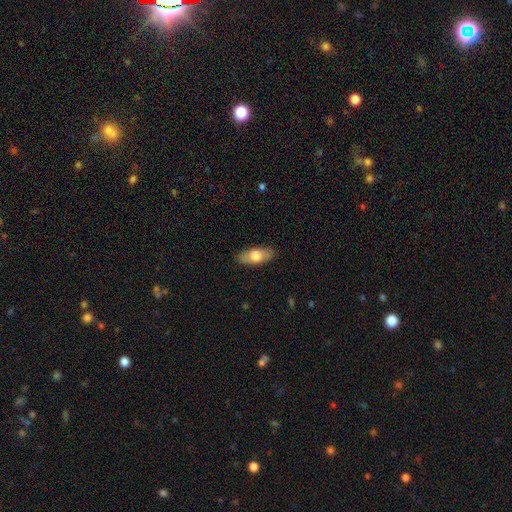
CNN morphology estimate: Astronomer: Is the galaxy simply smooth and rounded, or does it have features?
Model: smooth — 67%.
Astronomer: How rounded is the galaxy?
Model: in between — 80%.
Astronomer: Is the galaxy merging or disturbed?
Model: none — 86%.